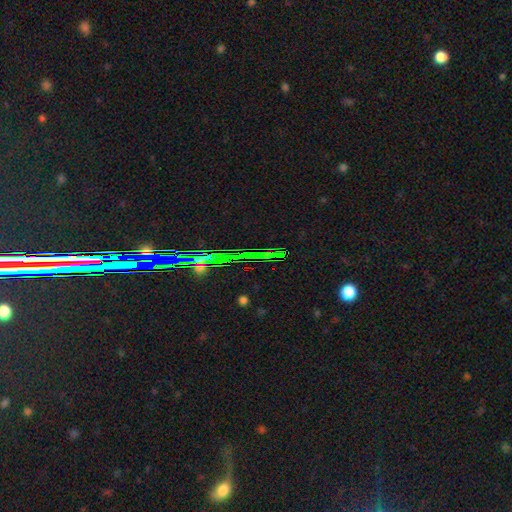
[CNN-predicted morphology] Smooth or featured? star or artifact (75%)